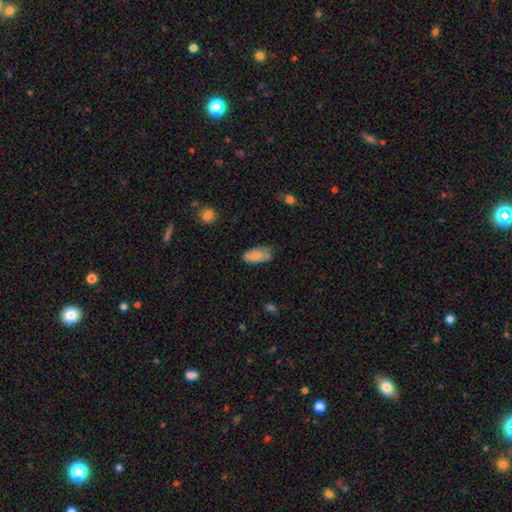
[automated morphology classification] This appears to be a smooth galaxy with no disk features (78%) that is in between round and cigar-shaped (89%). Merging: none (58%).